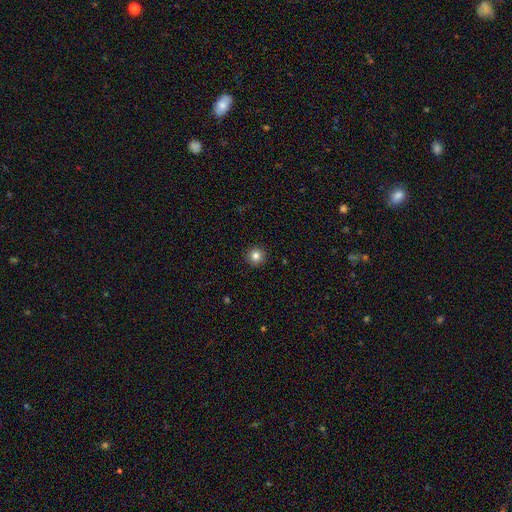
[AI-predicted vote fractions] This appears to be a smooth galaxy with no disk features (83%) that is round (96%). Merging: none (93%).